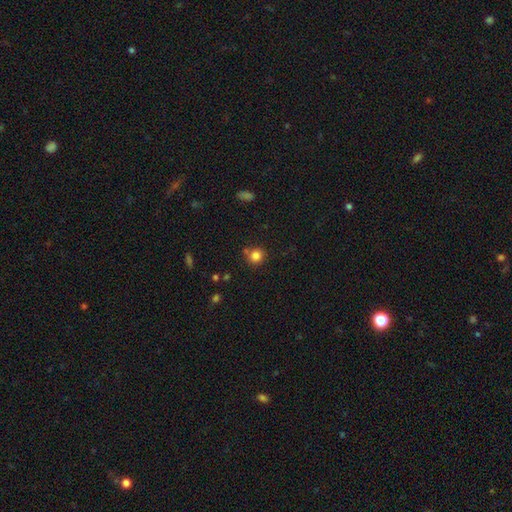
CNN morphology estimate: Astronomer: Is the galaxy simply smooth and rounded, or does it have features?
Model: smooth — 83%.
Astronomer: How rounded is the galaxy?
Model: round — 90%.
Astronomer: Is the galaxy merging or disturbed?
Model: none — 77%.